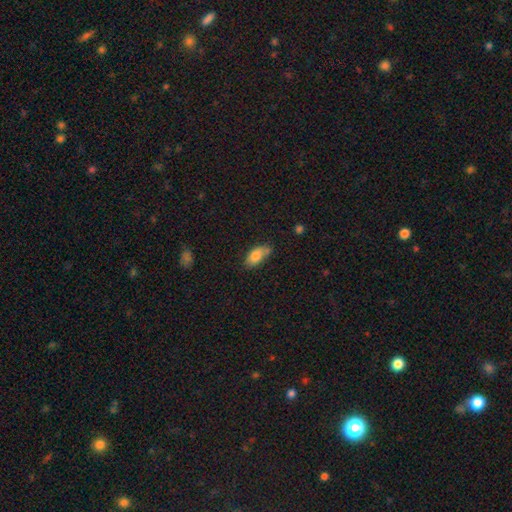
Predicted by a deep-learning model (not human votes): Smooth or featured?
  - smooth: 79% *
  - featured or disk: 13%
  - star or artifact: 8%
How rounded?
  - in between: 90% *
  - cigar-shaped: 6%
  - round: 4%
Merging?
  - none: 58% *
  - minor disturbance: 27%
  - merger: 9%
  - major disturbance: 6%